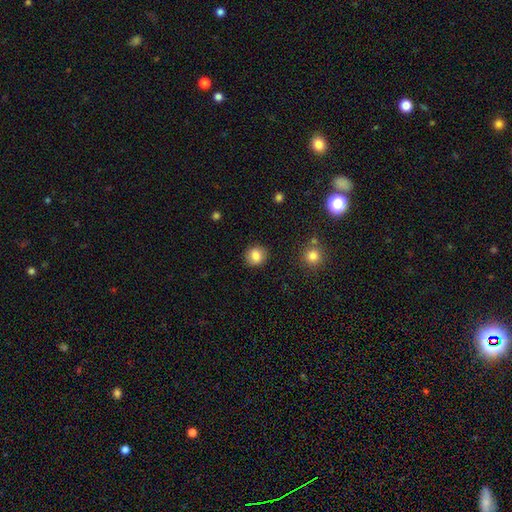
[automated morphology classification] Overall: smooth (85%). How rounded: round (85%). Merging: none (89%).